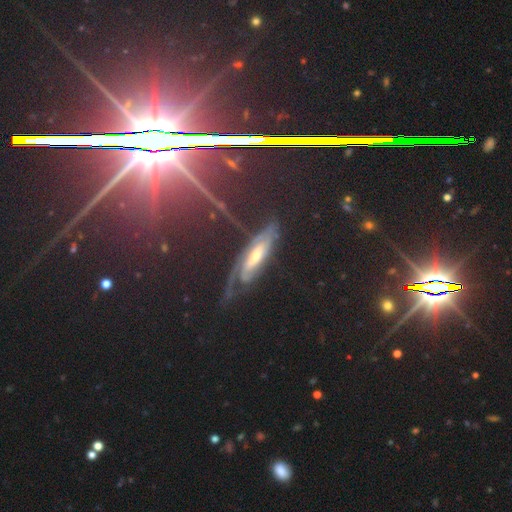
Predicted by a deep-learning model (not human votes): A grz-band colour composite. It shows a featured or disk galaxy (50%). Merging: none (70%).